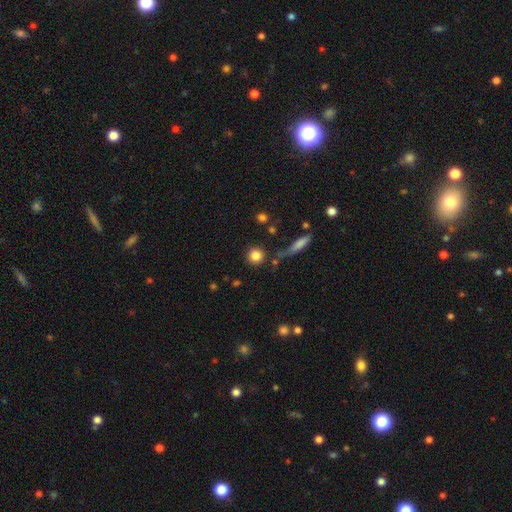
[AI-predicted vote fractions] A smooth galaxy with no disk features (83%) that is round (91%). Merging: none (80%).